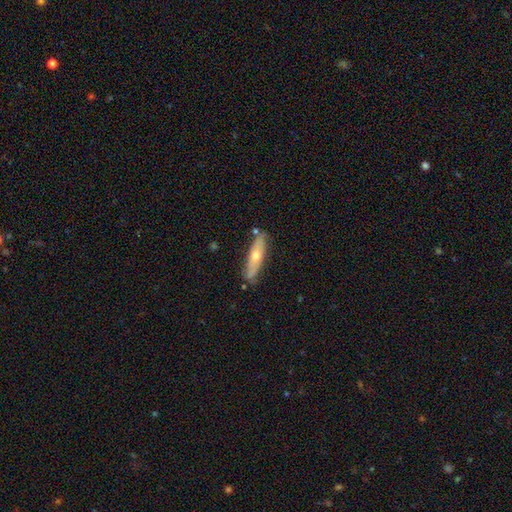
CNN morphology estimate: Smooth or featured? smooth (47%)
Merging? none (79%)